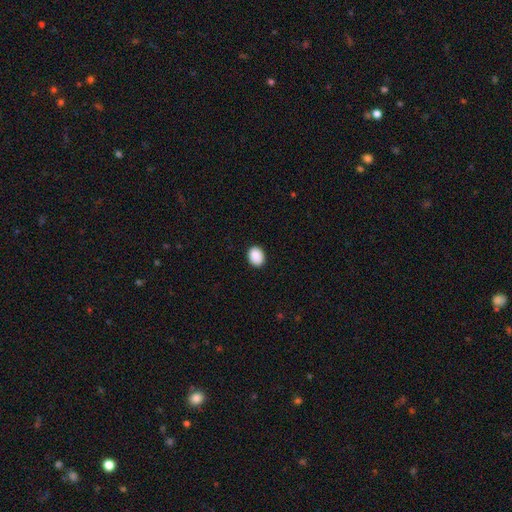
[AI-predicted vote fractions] Smooth or featured?
  - smooth: 89% *
  - star or artifact: 8%
  - featured or disk: 3%
How rounded?
  - in between: 59% *
  - round: 41%
  - cigar-shaped: 1%
Merging?
  - none: 88% *
  - minor disturbance: 9%
  - major disturbance: 2%
  - merger: 1%